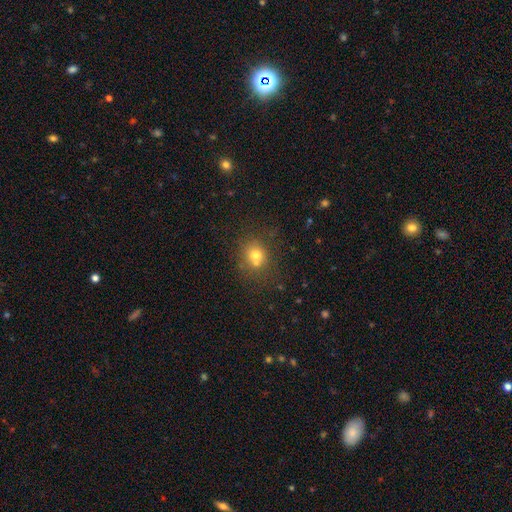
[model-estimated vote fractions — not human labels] The model was most divided on "merging": none: 56%, merger: 30%, minor disturbance: 10%, major disturbance: 4%. More confident: how rounded — round (79%); smooth or featured — smooth (70%).